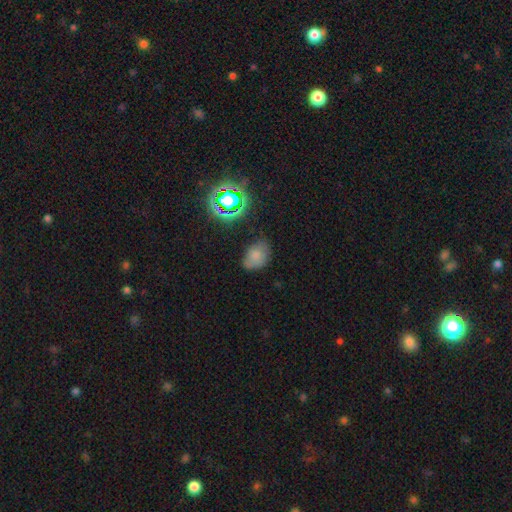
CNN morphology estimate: type=smooth (65%); roundness=in between (75%); merging=none (58%).